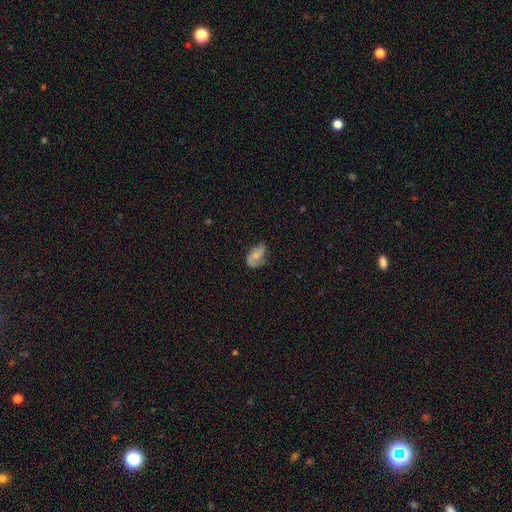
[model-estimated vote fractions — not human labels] Morphology: type=featured or disk (50%); merging=none (58%).